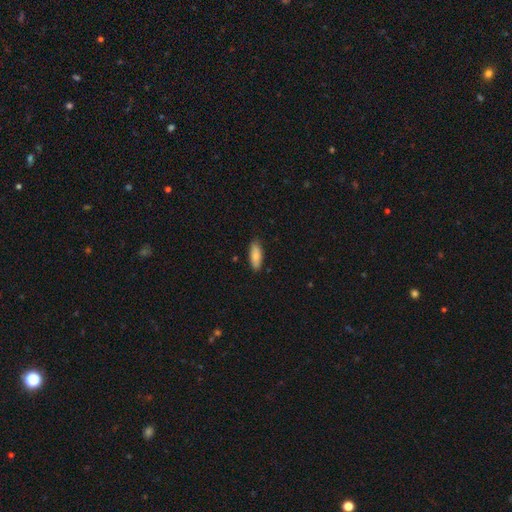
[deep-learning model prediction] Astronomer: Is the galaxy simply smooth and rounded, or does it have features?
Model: smooth — 84%.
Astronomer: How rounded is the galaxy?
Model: in between — 70%.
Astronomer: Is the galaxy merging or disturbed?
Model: none — 84%.